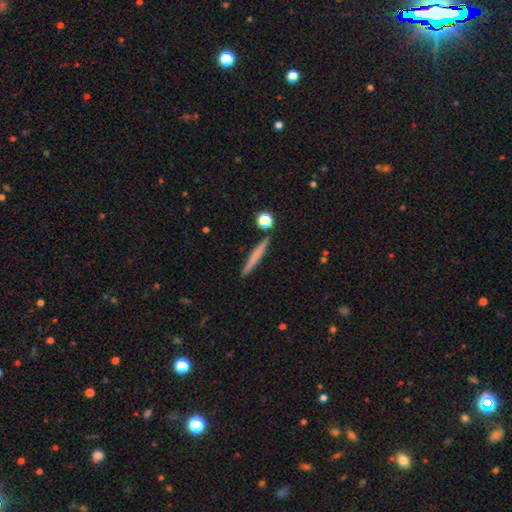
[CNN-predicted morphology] This appears to be a smooth galaxy with no disk features (61%) that is cigar-shaped (95%). Merging: none (89%).